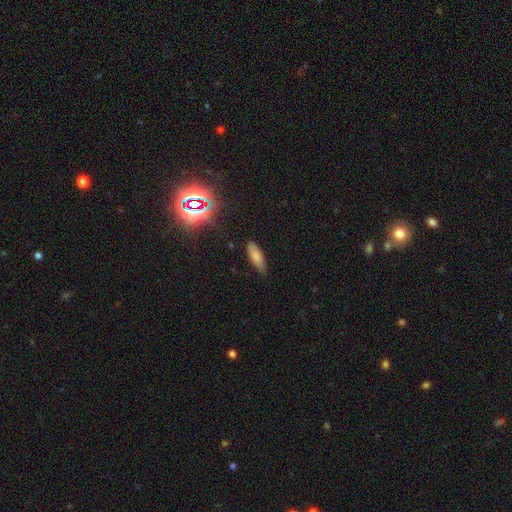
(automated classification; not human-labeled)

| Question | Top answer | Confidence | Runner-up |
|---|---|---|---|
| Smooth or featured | smooth | 76% | star or artifact (12%) |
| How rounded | in between | 60% | cigar-shaped (38%) |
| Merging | none | 76% | minor disturbance (19%) |